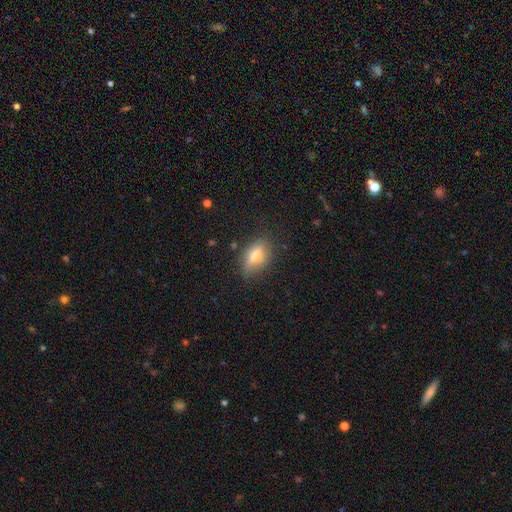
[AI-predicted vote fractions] smooth-or-featured: smooth: 62% | featured or disk: 29% | star or artifact: 10%
  how-rounded: in between: 79% | round: 11% | cigar-shaped: 10%
  merging: none: 77% | minor disturbance: 17% | major disturbance: 4% | merger: 2%